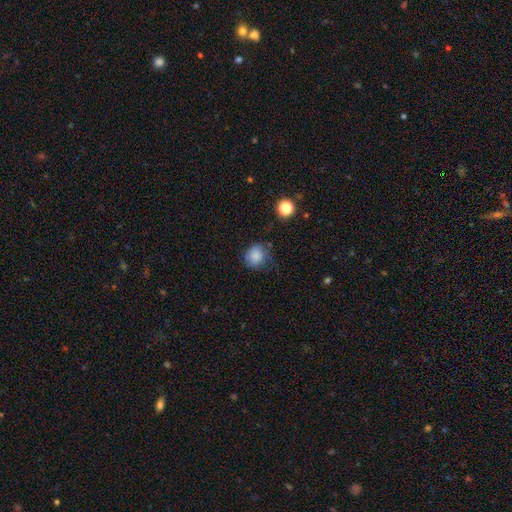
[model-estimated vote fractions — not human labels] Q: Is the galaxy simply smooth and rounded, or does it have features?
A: smooth — 84%.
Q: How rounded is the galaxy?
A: round — 75%.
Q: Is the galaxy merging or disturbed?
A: none — 67%.